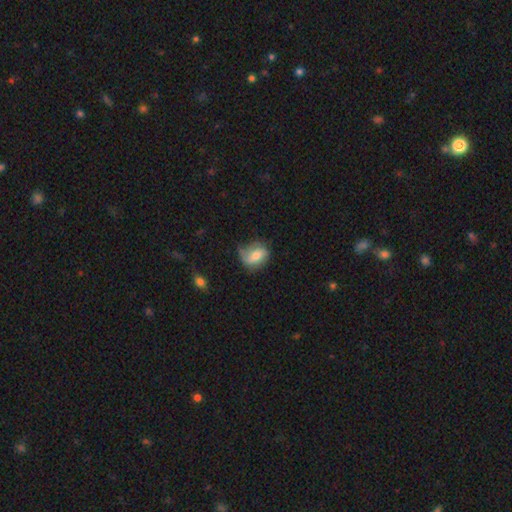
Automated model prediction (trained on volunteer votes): Smooth or featured? smooth (50%)
Merging? none (50%)